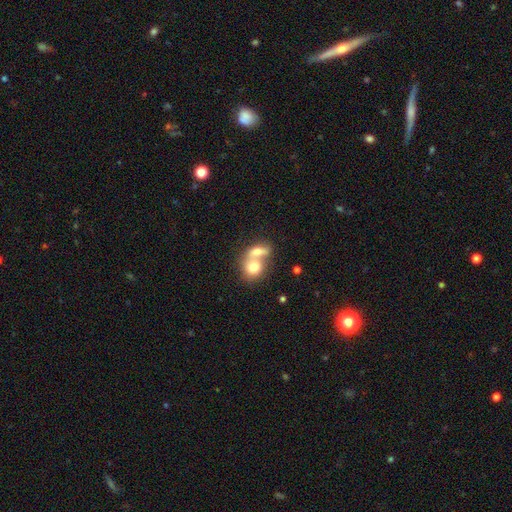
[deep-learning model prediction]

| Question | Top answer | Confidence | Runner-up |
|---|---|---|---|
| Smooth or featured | smooth | 71% | featured or disk (22%) |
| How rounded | round | 53% | in between (44%) |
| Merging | merger | 74% | none (17%) |